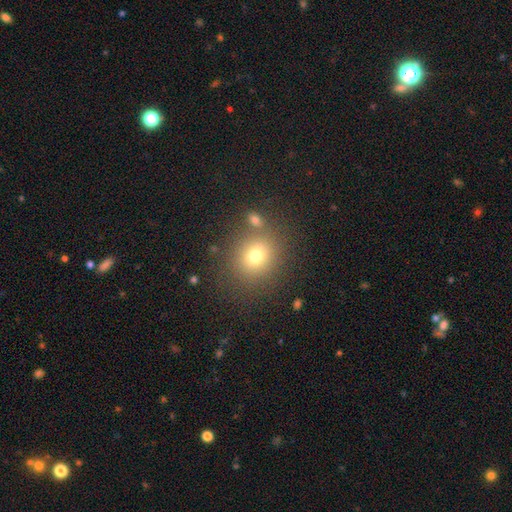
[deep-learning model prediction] Morphology: type=smooth (72%); roundness=round (79%); merging=none (76%).